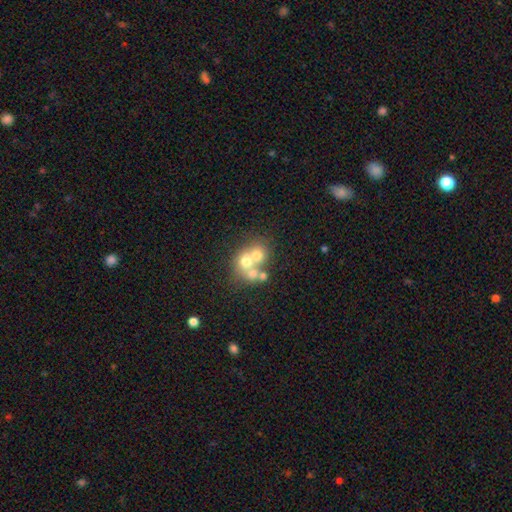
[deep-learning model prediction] Smooth or featured? smooth (51%)
How rounded? round (73%)
Merging? merger (57%)